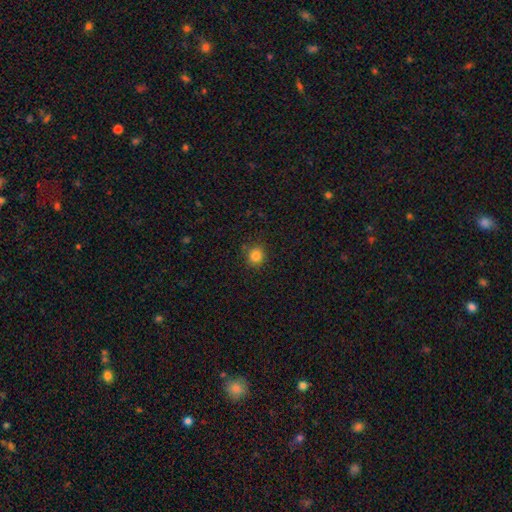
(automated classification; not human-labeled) Smooth or featured? Predicted: smooth (p=0.83). How rounded? Predicted: round (p=0.88). Merging? Predicted: none (p=0.85).